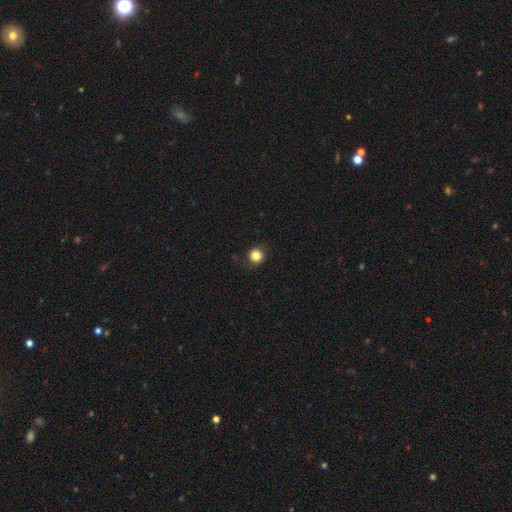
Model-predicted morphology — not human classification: Smooth or featured?
  - smooth: 83% *
  - star or artifact: 12%
  - featured or disk: 5%
How rounded?
  - round: 94% *
  - in between: 5%
  - cigar-shaped: 1%
Merging?
  - none: 90% *
  - minor disturbance: 7%
  - major disturbance: 2%
  - merger: 1%